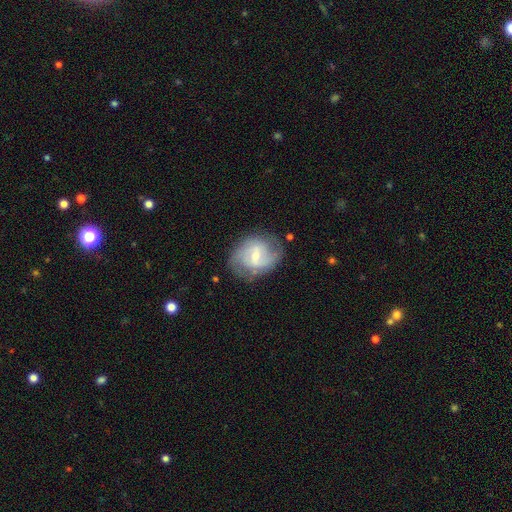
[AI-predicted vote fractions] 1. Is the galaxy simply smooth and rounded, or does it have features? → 68% featured or disk, 25% smooth, 6% star or artifact.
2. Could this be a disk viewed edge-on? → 97% no, 3% yes.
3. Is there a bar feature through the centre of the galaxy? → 58% weak, 22% strong, 19% no.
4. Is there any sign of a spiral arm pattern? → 82% yes, 18% no.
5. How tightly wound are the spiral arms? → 46% medium, 29% loose, 25% tight.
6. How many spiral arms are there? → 73% 2, 17% can't tell, 4% 1, 3% 3, 1% 4, 1% more than 4.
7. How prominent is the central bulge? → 58% small, 36% moderate, 3% none, 2% large, 1% dominant.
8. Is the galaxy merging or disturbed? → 68% none, 21% minor disturbance, 10% major disturbance, 2% merger.